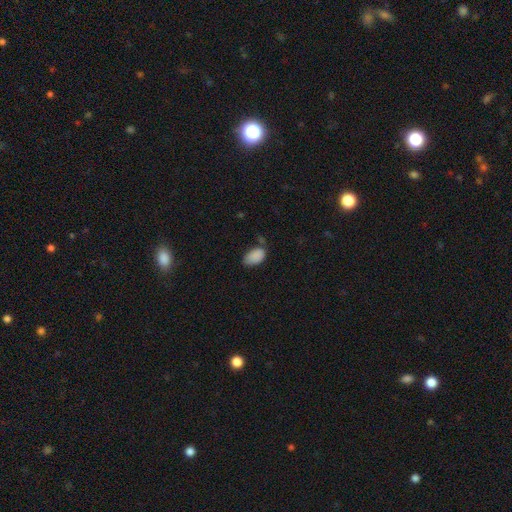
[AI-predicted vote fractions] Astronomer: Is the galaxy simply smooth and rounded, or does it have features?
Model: smooth — 87%.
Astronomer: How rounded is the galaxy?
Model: in between — 92%.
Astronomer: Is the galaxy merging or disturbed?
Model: none — 53% (runner-up: minor disturbance, 32%).